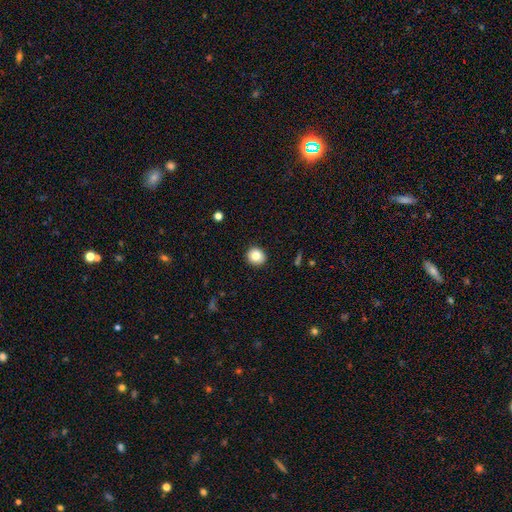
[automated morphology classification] Smooth or featured? Predicted: smooth (p=0.82). How rounded? Predicted: round (p=0.87). Merging? Predicted: none (p=0.91).